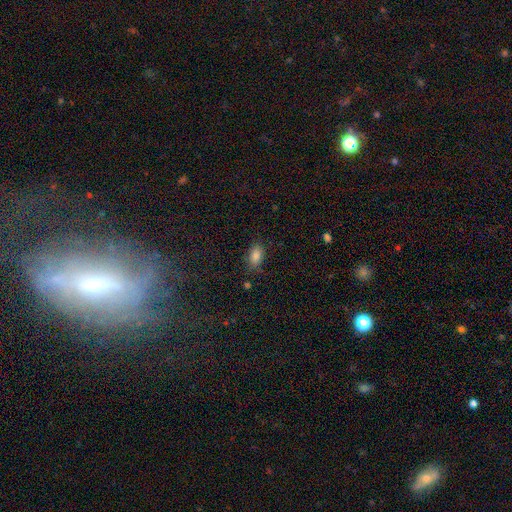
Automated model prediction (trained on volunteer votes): The model was most divided on "merging": none: 78%, minor disturbance: 16%, major disturbance: 4%, merger: 2%. More confident: how rounded — in between (89%); smooth or featured — smooth (84%).